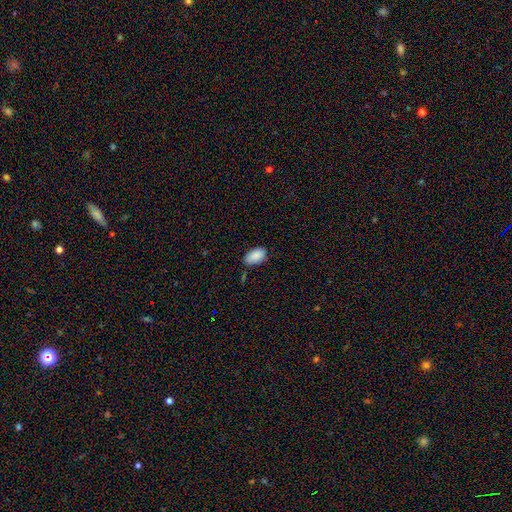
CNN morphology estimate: Smooth or featured?
  - smooth: 89% *
  - star or artifact: 7%
  - featured or disk: 4%
How rounded?
  - in between: 94% *
  - round: 4%
  - cigar-shaped: 2%
Merging?
  - none: 73% *
  - minor disturbance: 21%
  - major disturbance: 3%
  - merger: 3%